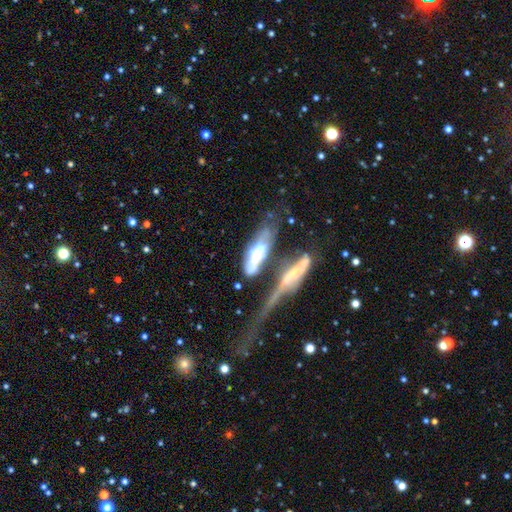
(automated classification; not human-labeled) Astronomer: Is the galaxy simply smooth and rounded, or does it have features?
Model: featured or disk — 63%.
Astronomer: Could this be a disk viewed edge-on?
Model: no — 63%.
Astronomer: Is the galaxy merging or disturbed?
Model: merger — 48% (runner-up: major disturbance, 24%).